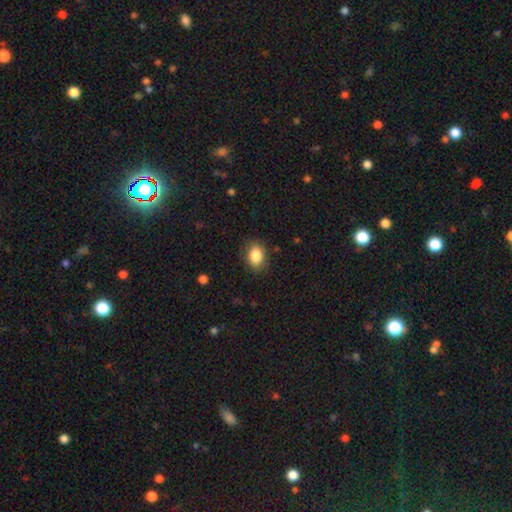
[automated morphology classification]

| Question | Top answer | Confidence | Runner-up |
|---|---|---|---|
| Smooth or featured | smooth | 86% | star or artifact (8%) |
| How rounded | in between | 76% | round (22%) |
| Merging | none | 85% | minor disturbance (11%) |